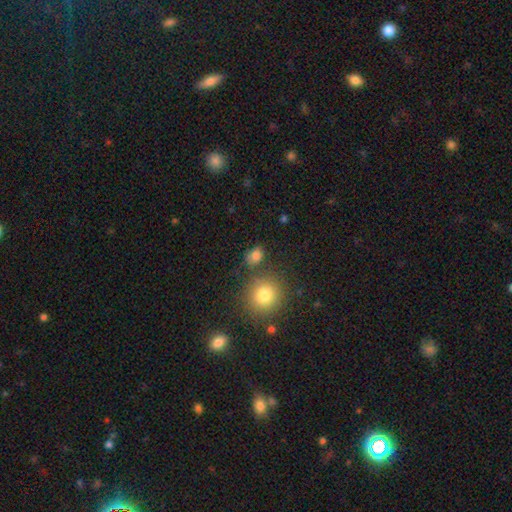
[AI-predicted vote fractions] Q: Smooth or featured?
A: smooth (80%); runner-up: star or artifact (14%)
Q: How rounded?
A: in between (51%); runner-up: round (47%)
Q: Merging?
A: none (72%); runner-up: minor disturbance (14%)